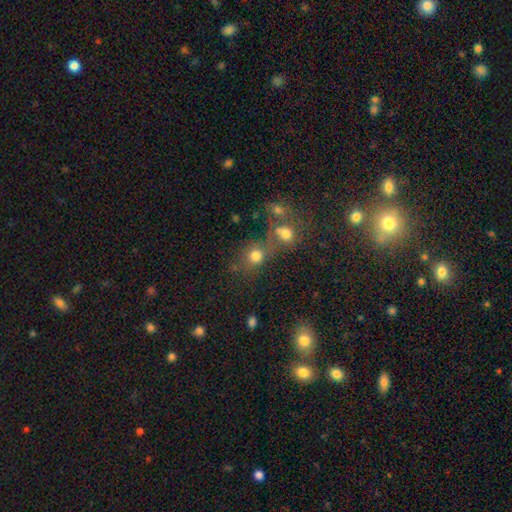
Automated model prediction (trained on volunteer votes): A smooth galaxy with no disk features (74%) that is round (77%).

Vote fractions:
- Smooth or featured? smooth: 74% / star or artifact: 16% / featured or disk: 10%
- How rounded? round: 77% / in between: 22% / cigar-shaped: 2%
- Merging? none: 43% / merger: 39% / minor disturbance: 10% / major disturbance: 8%